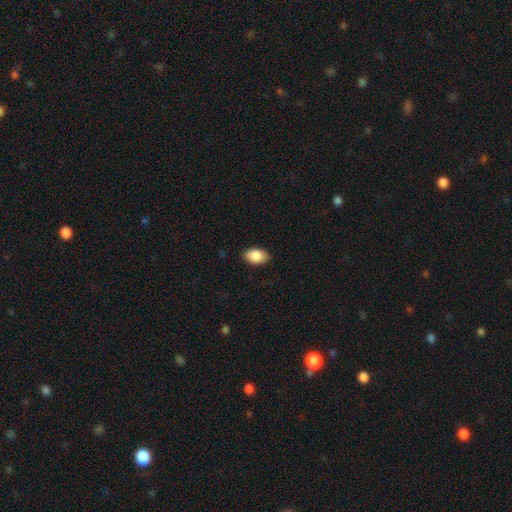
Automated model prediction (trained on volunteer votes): A smooth galaxy with no disk features (88%) that is in between round and cigar-shaped (90%).

Vote fractions:
- Smooth or featured? smooth: 88% / star or artifact: 7% / featured or disk: 5%
- How rounded? in between: 90% / round: 8% / cigar-shaped: 1%
- Merging? none: 88% / minor disturbance: 9% / major disturbance: 2% / merger: 1%